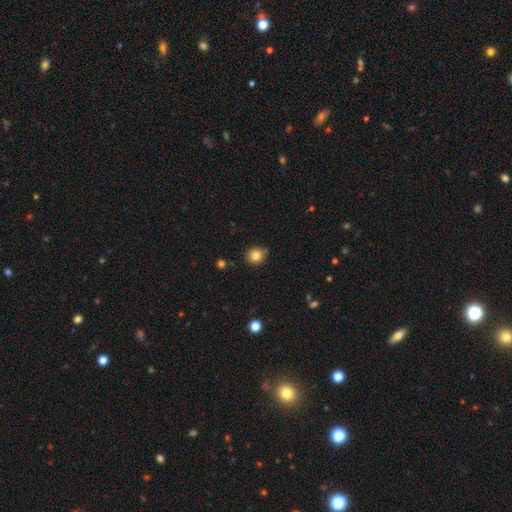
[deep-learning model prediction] This appears to be a smooth galaxy with no disk features (82%) that is round (84%). Merging: none (80%).